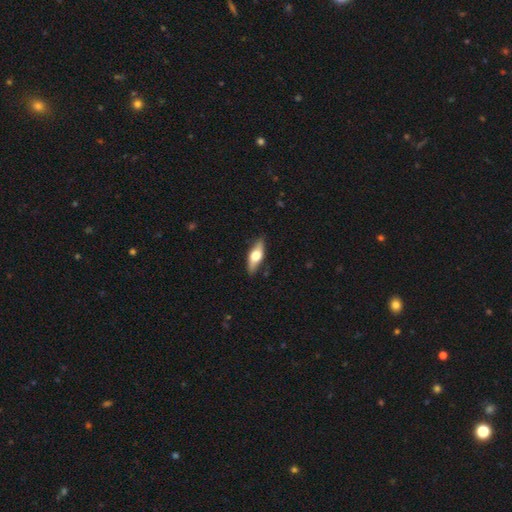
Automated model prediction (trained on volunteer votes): Overall: featured or disk (49%; smooth 46%). Merging: none (86%).